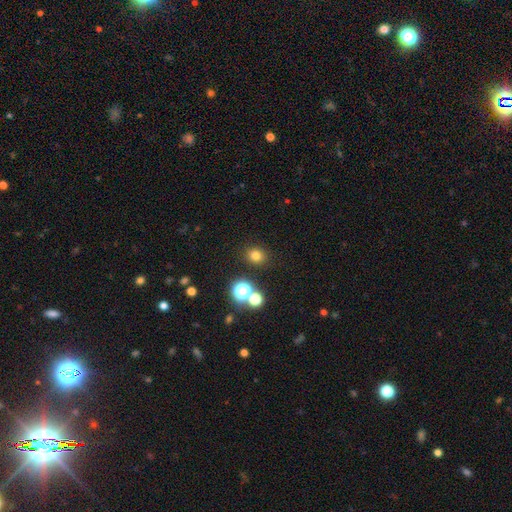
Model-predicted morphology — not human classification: smooth 76%, star or artifact 18%, featured or disk 6%. Down the decision tree: how rounded — round (75%); merging — none (85%).